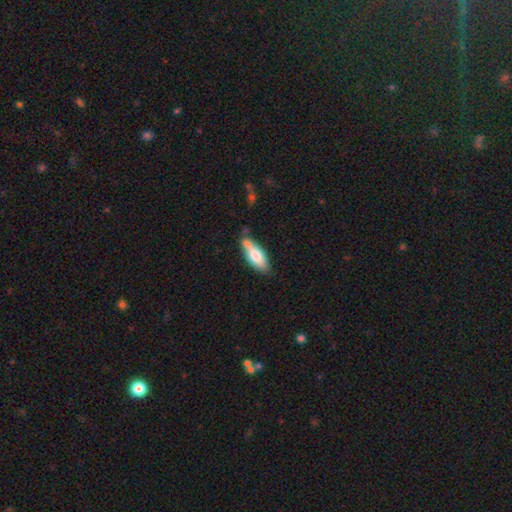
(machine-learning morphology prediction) The model was most divided on "merging": none: 53%, minor disturbance: 25%, merger: 17%, major disturbance: 6%. More confident: smooth or featured — smooth (72%); how rounded — in between (70%).